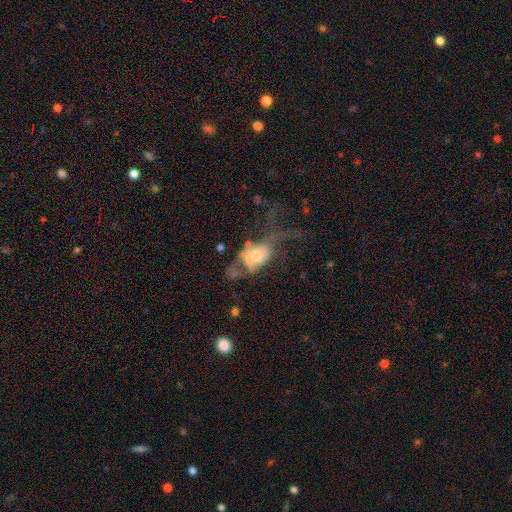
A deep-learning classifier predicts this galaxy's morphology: Smooth or featured? Predicted: smooth (p=0.46). Merging? Predicted: major disturbance (p=0.57).